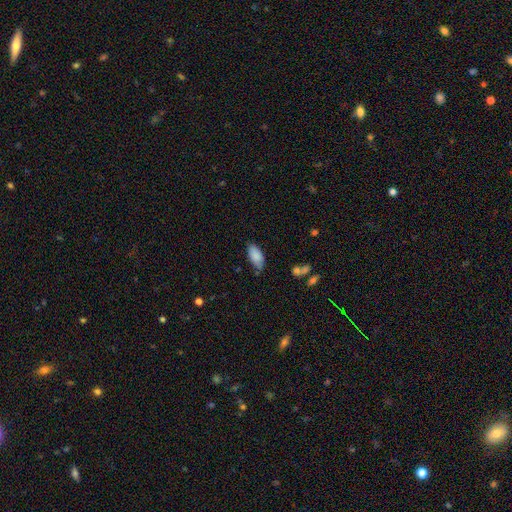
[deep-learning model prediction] smooth-or-featured: smooth: 86% | star or artifact: 7% | featured or disk: 7%
  how-rounded: in between: 91% | cigar-shaped: 7% | round: 2%
  merging: none: 63% | minor disturbance: 28% | major disturbance: 5% | merger: 3%